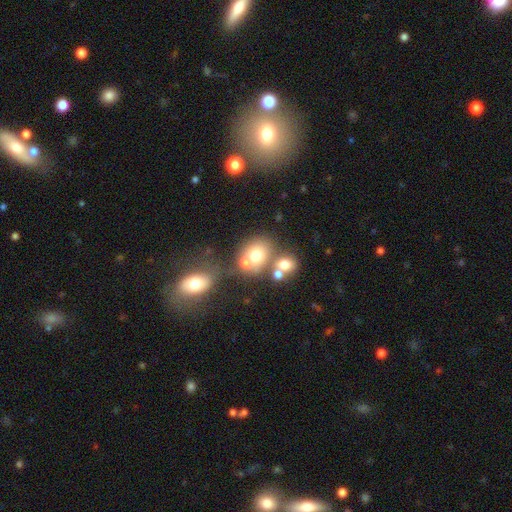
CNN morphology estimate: This appears to be a smooth galaxy with no disk features (69%) that is round (60%). Merging: none (44%).